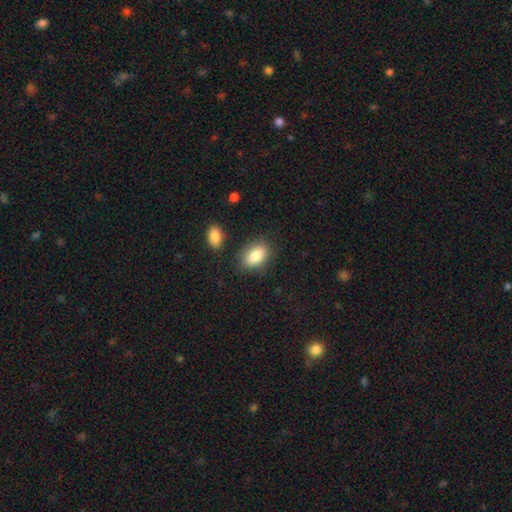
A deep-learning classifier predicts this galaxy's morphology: Q: Smooth or featured?
A: smooth (87%); runner-up: star or artifact (7%)
Q: How rounded?
A: in between (89%); runner-up: round (9%)
Q: Merging?
A: none (80%); runner-up: minor disturbance (12%)